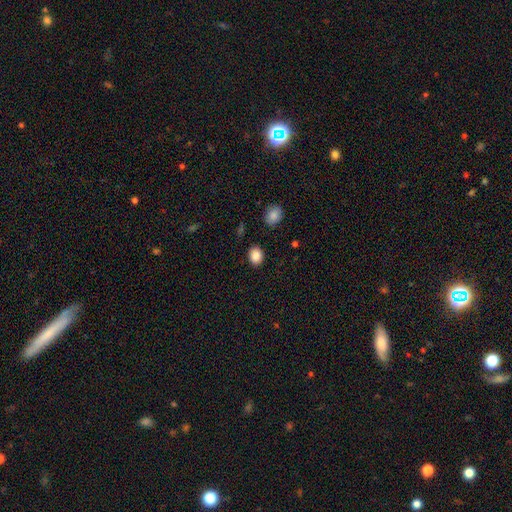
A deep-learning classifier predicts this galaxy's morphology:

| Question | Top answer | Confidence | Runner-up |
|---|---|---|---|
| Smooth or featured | smooth | 87% | star or artifact (9%) |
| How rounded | in between | 54% | round (45%) |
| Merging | none | 87% | minor disturbance (8%) |